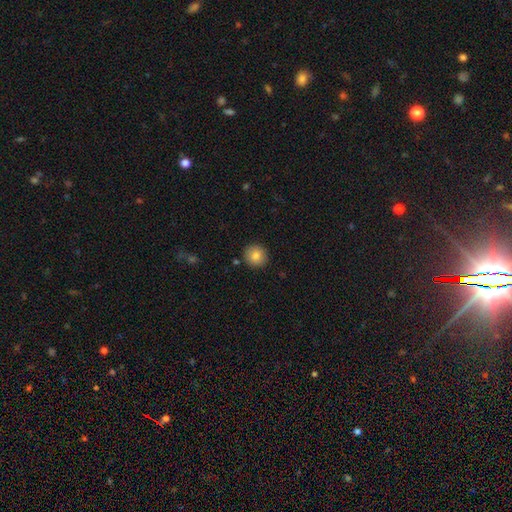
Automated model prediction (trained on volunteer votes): Smooth or featured: smooth — 83% (star or artifact — 9%)
How rounded: round — 93% (in between — 6%)
Merging: none — 90% (minor disturbance — 6%)